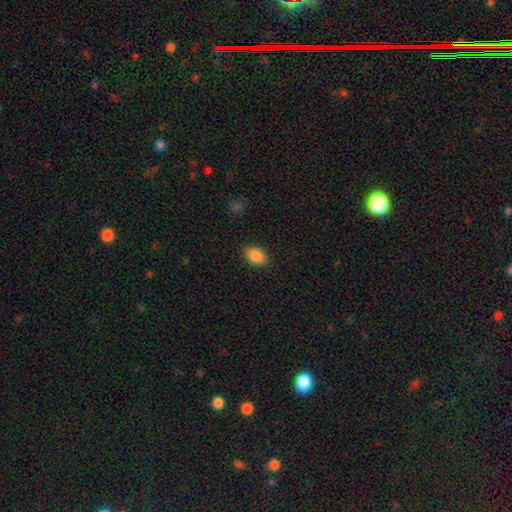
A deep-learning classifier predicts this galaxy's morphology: smooth 88%, star or artifact 8%, featured or disk 4%. Down the decision tree: how rounded — in between (88%); merging — none (88%).